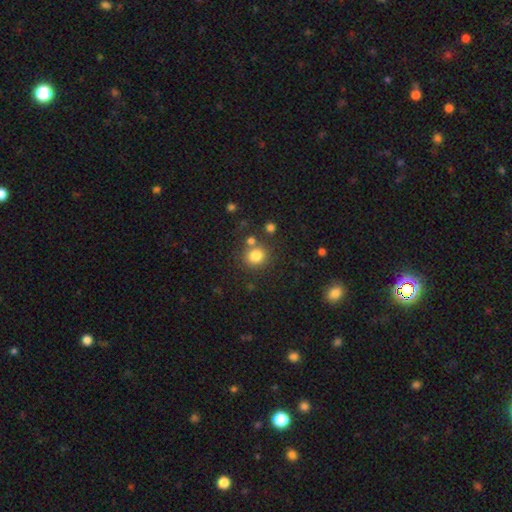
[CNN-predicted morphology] smooth 81%, star or artifact 12%, featured or disk 7%. Down the decision tree: how rounded — round (85%); merging — none (74%).